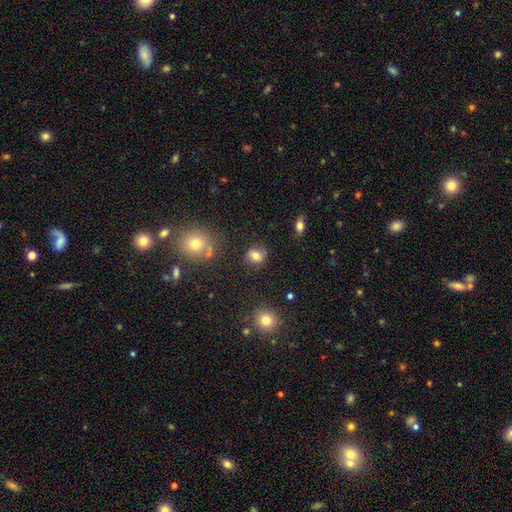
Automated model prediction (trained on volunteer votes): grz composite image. It shows a smooth galaxy with no disk features (75%) that is round (68%). Merging: none (80%).